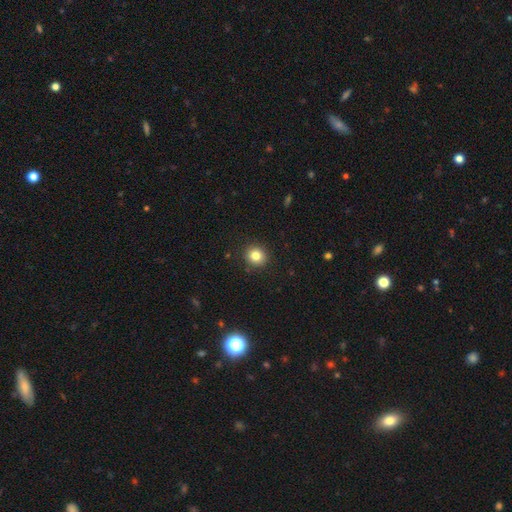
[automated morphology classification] A smooth galaxy with no disk features (82%) that is round (89%). Merging: none (91%).